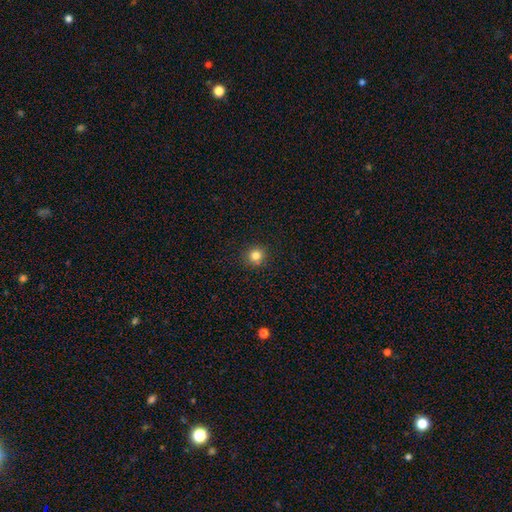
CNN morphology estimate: smooth 82%, star or artifact 13%, featured or disk 5%. Down the decision tree: how rounded — round (93%); merging — none (90%).